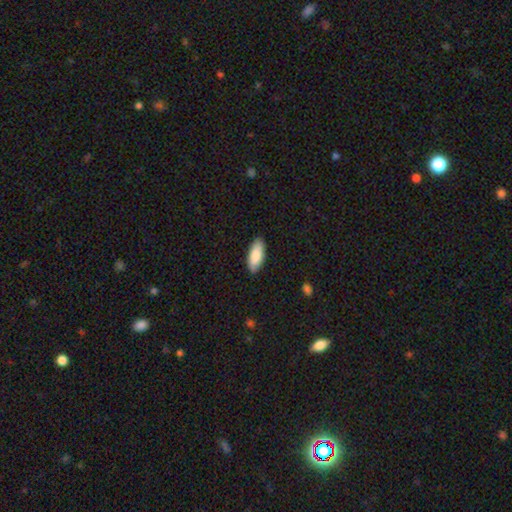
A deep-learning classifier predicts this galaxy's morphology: Q: Smooth or featured?
A: smooth (87%); runner-up: featured or disk (8%)
Q: How rounded?
A: in between (82%); runner-up: cigar-shaped (16%)
Q: Merging?
A: none (89%); runner-up: minor disturbance (9%)